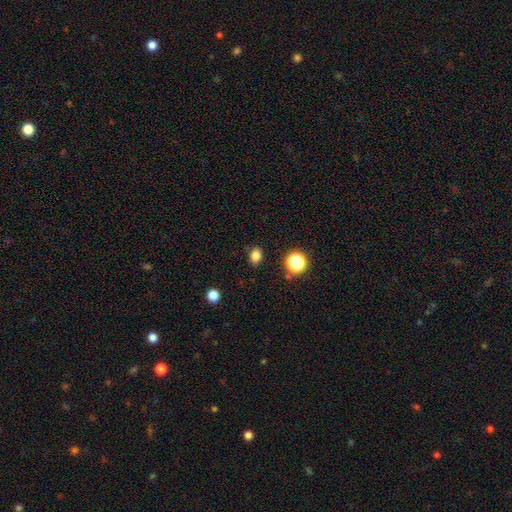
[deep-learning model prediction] Morphology: type=smooth (82%); roundness=in between (59%); merging=none (85%).